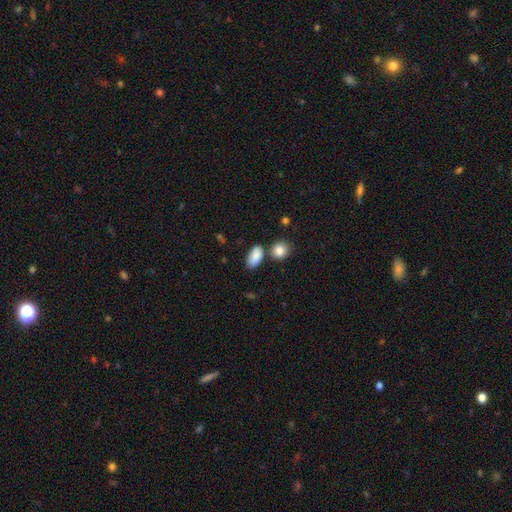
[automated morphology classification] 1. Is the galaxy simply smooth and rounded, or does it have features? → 88% smooth, 7% star or artifact, 5% featured or disk.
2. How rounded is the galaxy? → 89% in between, 7% round, 3% cigar-shaped.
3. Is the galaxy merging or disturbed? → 68% none, 16% minor disturbance, 12% merger, 4% major disturbance.